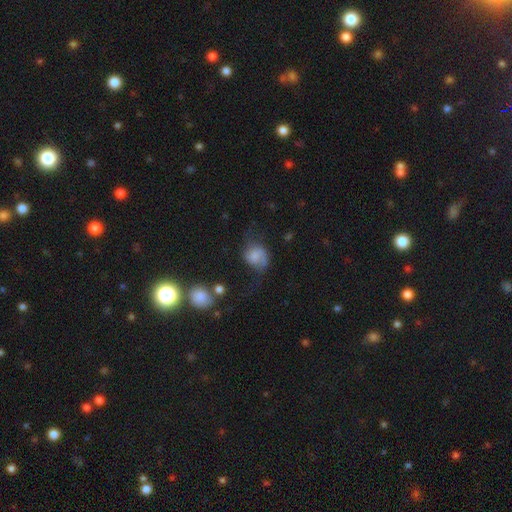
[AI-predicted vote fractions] This appears to be a smooth galaxy with no disk features (50%). Merging: none (43%).